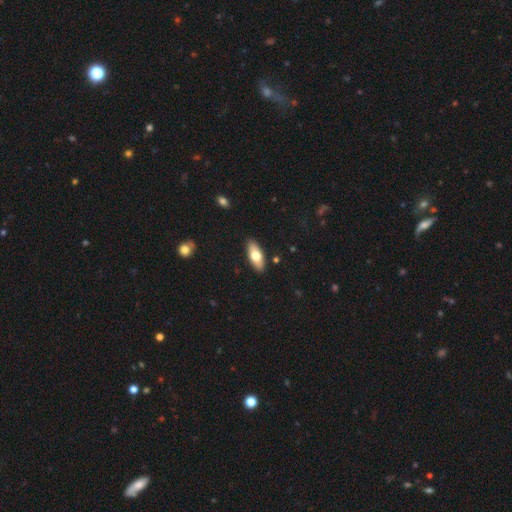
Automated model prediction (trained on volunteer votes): Q: Smooth or featured?
A: smooth (69%); runner-up: featured or disk (25%)
Q: How rounded?
A: in between (79%); runner-up: cigar-shaped (18%)
Q: Merging?
A: none (89%); runner-up: minor disturbance (8%)